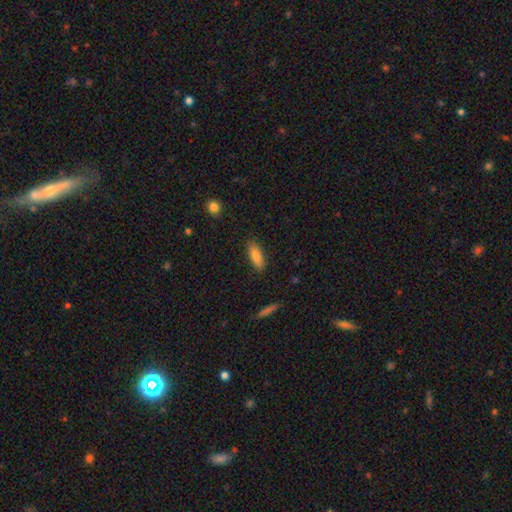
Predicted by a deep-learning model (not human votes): Smooth or featured?
  - smooth: 81% *
  - featured or disk: 12%
  - star or artifact: 7%
How rounded?
  - in between: 58% *
  - cigar-shaped: 40%
  - round: 2%
Merging?
  - none: 87% *
  - minor disturbance: 9%
  - major disturbance: 2%
  - merger: 1%